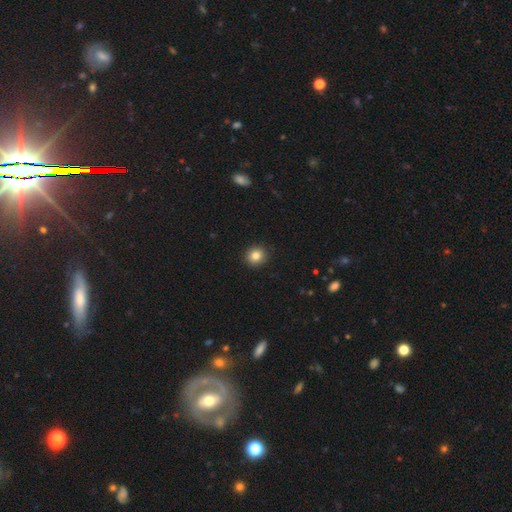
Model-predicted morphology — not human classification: Q: Smooth or featured?
A: smooth (83%); runner-up: star or artifact (10%)
Q: How rounded?
A: round (86%); runner-up: in between (13%)
Q: Merging?
A: none (91%); runner-up: minor disturbance (6%)